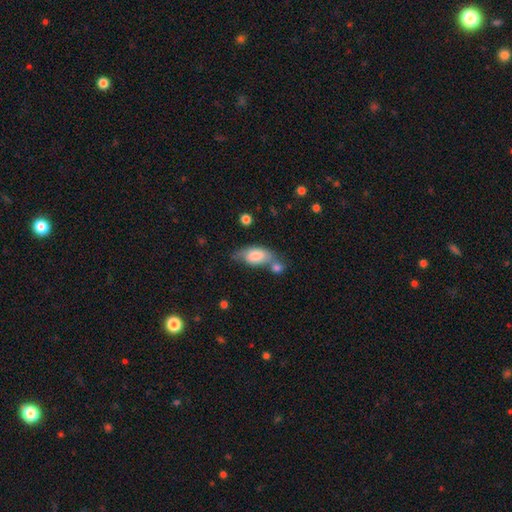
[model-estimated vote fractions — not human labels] This is likely a smooth galaxy (77%). How rounded: clearly in between (89%). Merging: marginally none (38%).